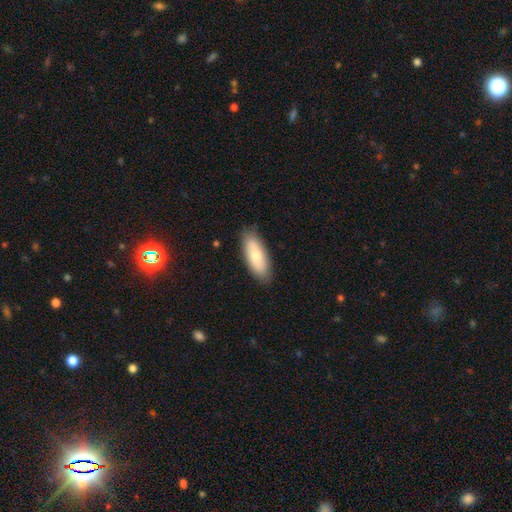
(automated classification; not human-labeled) Smooth or featured?
  - smooth: 73% *
  - featured or disk: 21%
  - star or artifact: 6%
How rounded?
  - in between: 75% *
  - cigar-shaped: 23%
  - round: 2%
Merging?
  - none: 86% *
  - minor disturbance: 11%
  - major disturbance: 2%
  - merger: 1%